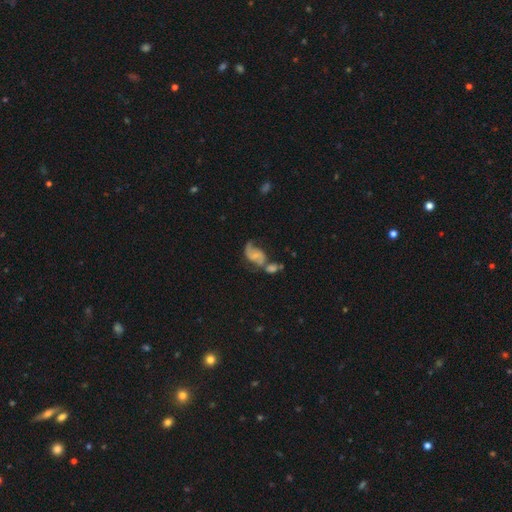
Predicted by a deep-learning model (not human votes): This is likely a featured or disk galaxy (69%). It is clearly not viewed edge-on (97%). Bar: possibly no (57%). Spiral arm pattern: clearly yes (88%). Spiral arm count: likely 2 (78%). Spiral winding: possibly loose (53%). Central bulge: possibly small (46%). Merging: possibly merger (47%).